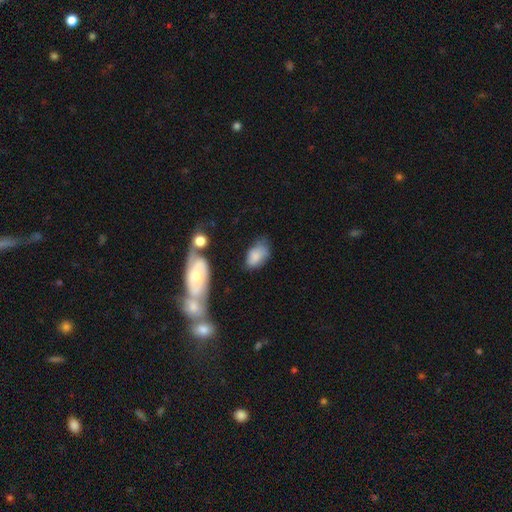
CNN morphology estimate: Smooth or featured?
  - smooth: 76% *
  - featured or disk: 16%
  - star or artifact: 8%
How rounded?
  - in between: 91% *
  - round: 7%
  - cigar-shaped: 2%
Merging?
  - none: 44% *
  - minor disturbance: 32%
  - major disturbance: 13%
  - merger: 10%